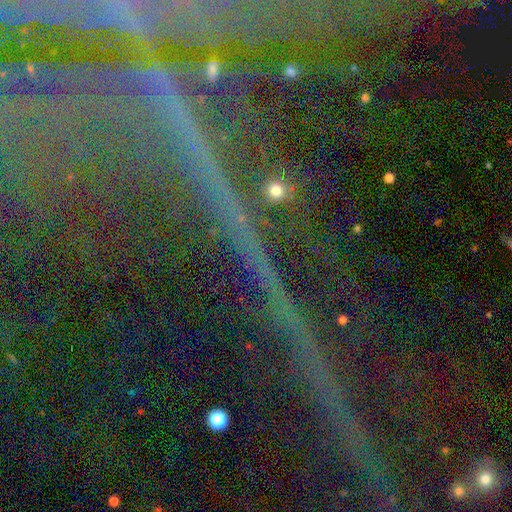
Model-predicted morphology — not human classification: Smooth or featured? star or artifact (84%)